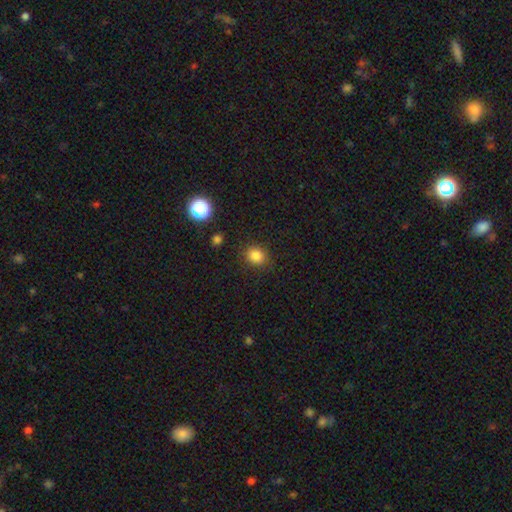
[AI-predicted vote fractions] This is clearly a smooth galaxy (84%). How rounded: likely round (72%). Merging: clearly none (85%).